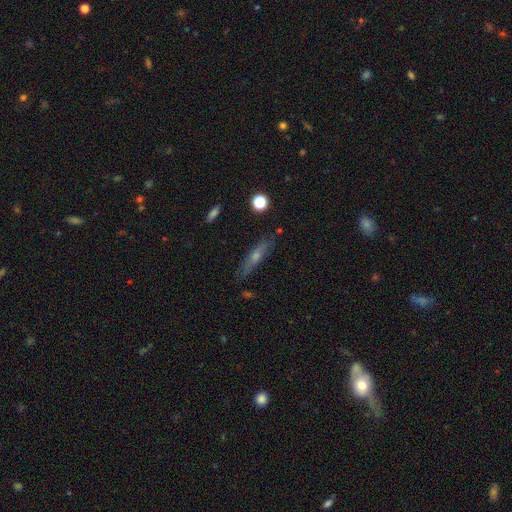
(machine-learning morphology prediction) featured or disk 55%, smooth 34%, star or artifact 11%. Down the decision tree: edge-on disk — yes (86%); merging — none (84%).